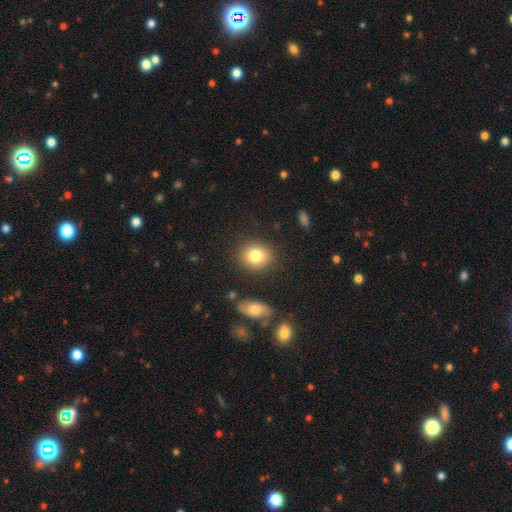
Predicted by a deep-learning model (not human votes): A smooth galaxy with no disk features (81%) that is round (66%). Merging: none (85%).